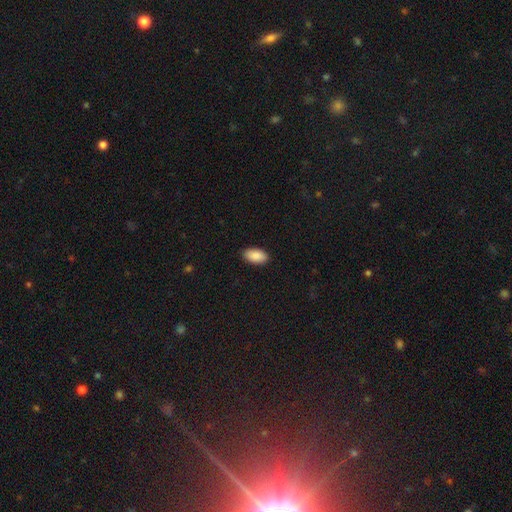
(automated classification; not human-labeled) Overall: smooth (90%). How rounded: in between (95%). Merging: none (89%).